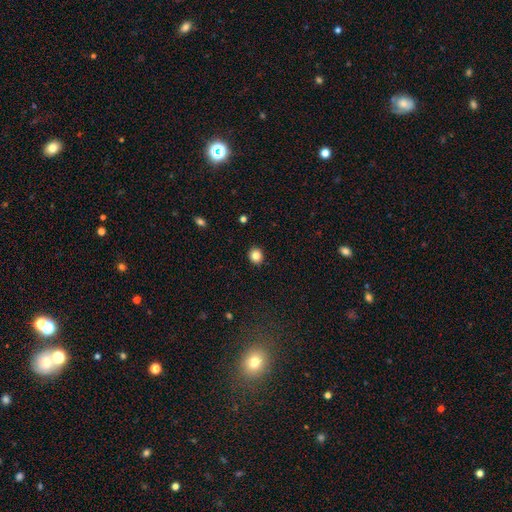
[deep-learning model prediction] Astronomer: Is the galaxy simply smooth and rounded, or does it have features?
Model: smooth — 84%.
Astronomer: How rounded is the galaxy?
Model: round — 81%.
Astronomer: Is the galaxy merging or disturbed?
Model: none — 92%.